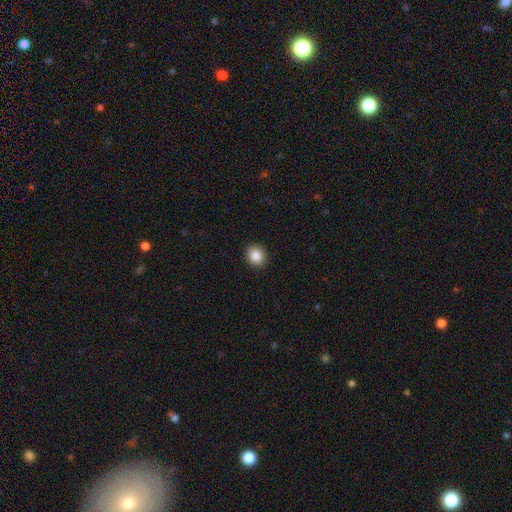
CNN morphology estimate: The model was most divided on "how rounded": round: 79%, in between: 20%, cigar-shaped: 1%. More confident: merging — none (92%); smooth or featured — smooth (86%).